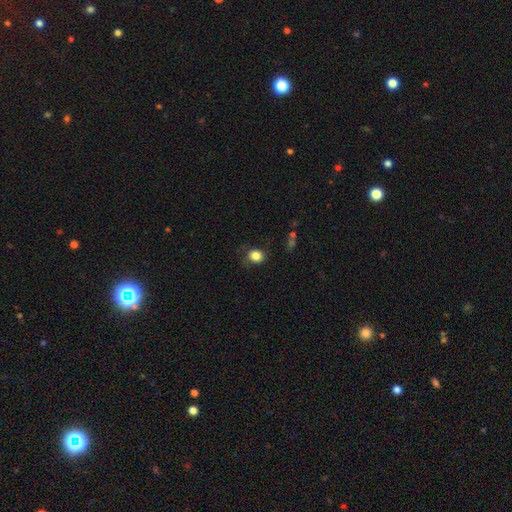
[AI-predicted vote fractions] Smooth or featured? Predicted: smooth (p=0.84). How rounded? Predicted: round (p=0.71). Merging? Predicted: none (p=0.71).